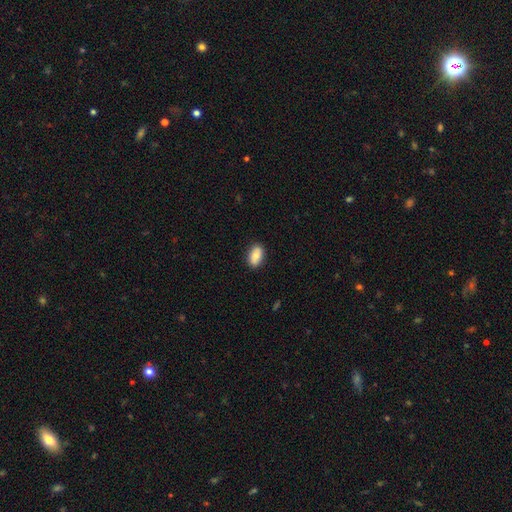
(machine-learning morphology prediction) A smooth galaxy with no disk features (81%) that is in between round and cigar-shaped (91%).

Vote fractions:
- Smooth or featured? smooth: 81% / featured or disk: 12% / star or artifact: 7%
- How rounded? in between: 91% / round: 6% / cigar-shaped: 3%
- Merging? none: 86% / minor disturbance: 10% / major disturbance: 2% / merger: 1%